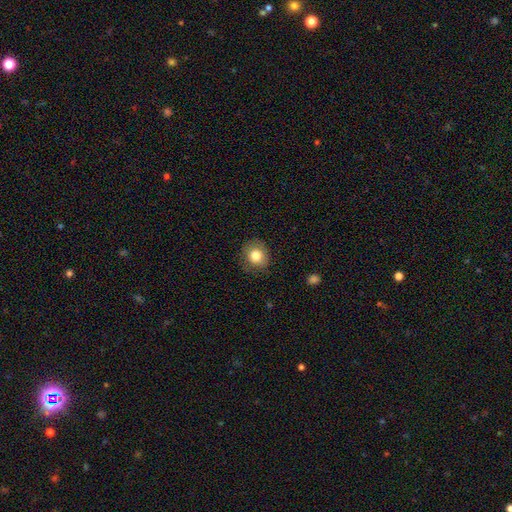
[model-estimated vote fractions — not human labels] A smooth galaxy with no disk features (80%) that is round (77%).

Vote fractions:
- Smooth or featured? smooth: 80% / featured or disk: 10% / star or artifact: 9%
- How rounded? round: 77% / in between: 22% / cigar-shaped: 1%
- Merging? none: 81% / minor disturbance: 14% / major disturbance: 4% / merger: 1%